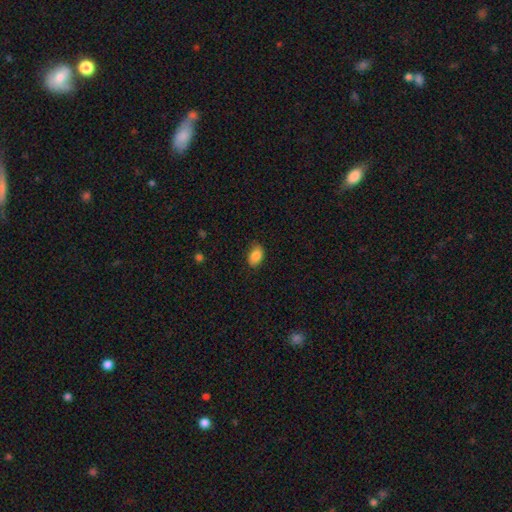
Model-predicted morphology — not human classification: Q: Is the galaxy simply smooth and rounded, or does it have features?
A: smooth — 87%.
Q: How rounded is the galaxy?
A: in between — 86%.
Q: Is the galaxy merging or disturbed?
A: none — 80%.